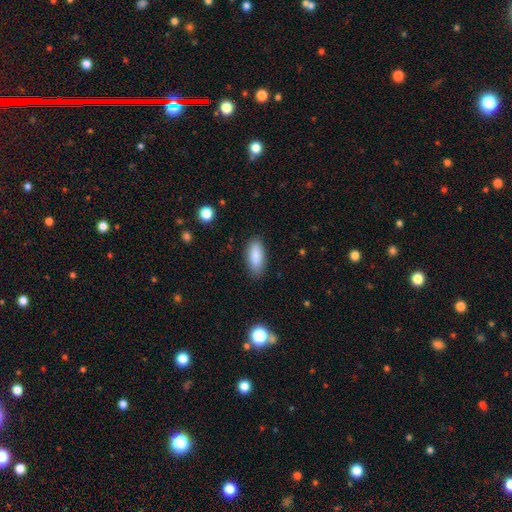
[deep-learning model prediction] Smooth or featured? Predicted: smooth (p=0.88). How rounded? Predicted: in between (p=0.83). Merging? Predicted: none (p=0.86).